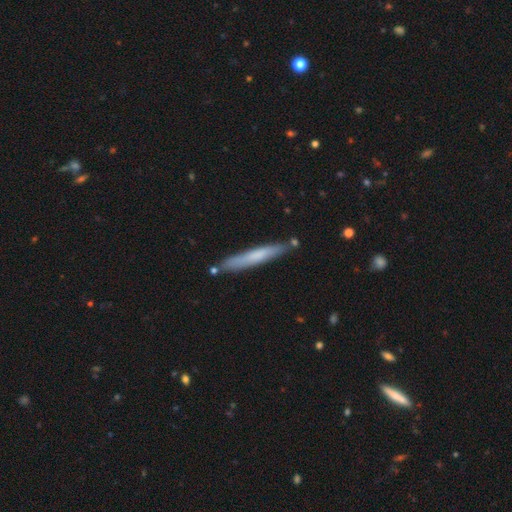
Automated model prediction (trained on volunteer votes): Smooth or featured: smooth — 63% (featured or disk — 31%)
How rounded: cigar-shaped — 95% (in between — 4%)
Merging: none — 82% (minor disturbance — 12%)